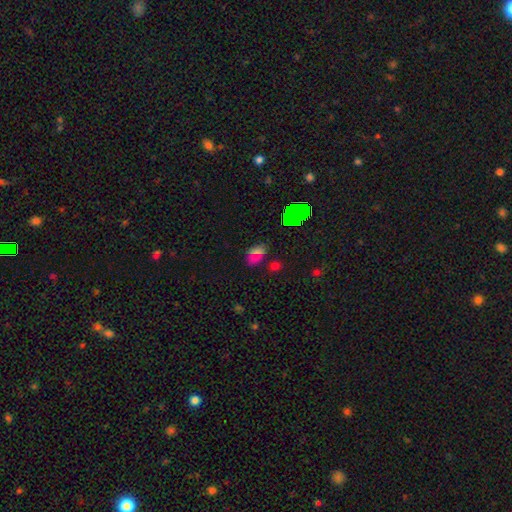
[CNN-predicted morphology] Smooth or featured?
  - smooth: 61% *
  - star or artifact: 29%
  - featured or disk: 10%
How rounded?
  - in between: 85% *
  - round: 12%
  - cigar-shaped: 2%
Merging?
  - none: 66% *
  - minor disturbance: 19%
  - merger: 8%
  - major disturbance: 7%